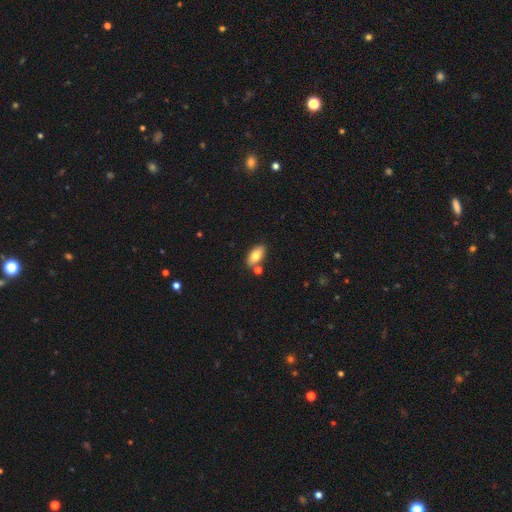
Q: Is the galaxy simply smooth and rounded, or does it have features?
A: smooth — 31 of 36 (86%).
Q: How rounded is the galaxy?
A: in between — 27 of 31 (87%).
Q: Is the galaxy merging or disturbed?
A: none — 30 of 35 (86%).